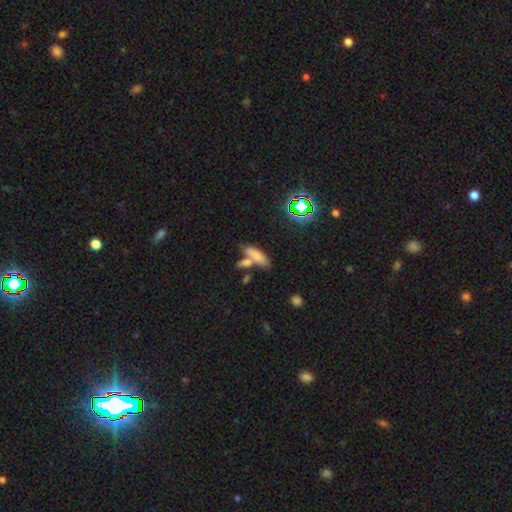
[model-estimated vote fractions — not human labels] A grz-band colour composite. It shows a smooth galaxy with no disk features (73%) that is in between round and cigar-shaped (56%). Merging: none (42%).